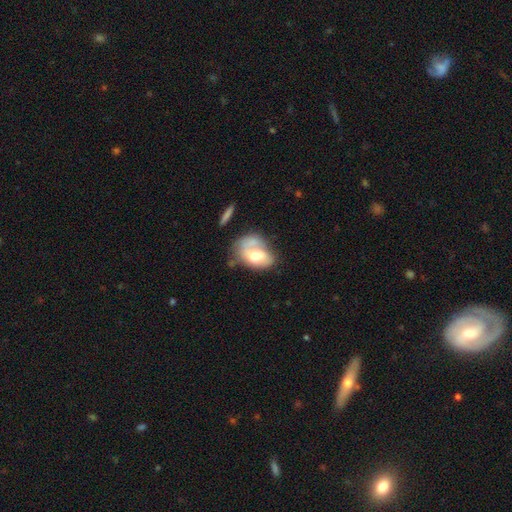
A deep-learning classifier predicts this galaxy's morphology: Smooth or featured?
  - smooth: 55% *
  - featured or disk: 38%
  - star or artifact: 7%
How rounded?
  - in between: 83% *
  - round: 15%
  - cigar-shaped: 2%
Merging?
  - merger: 26% *
  - none: 25%
  - major disturbance: 24%
  - minor disturbance: 24%